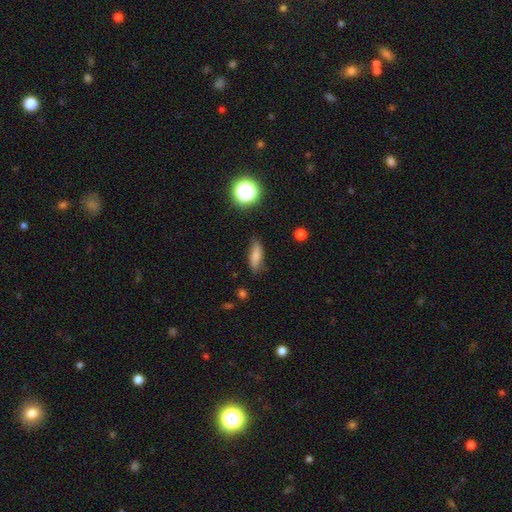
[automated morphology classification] This is likely a smooth galaxy (76%). How rounded: possibly in between (50%). Merging: likely none (78%).